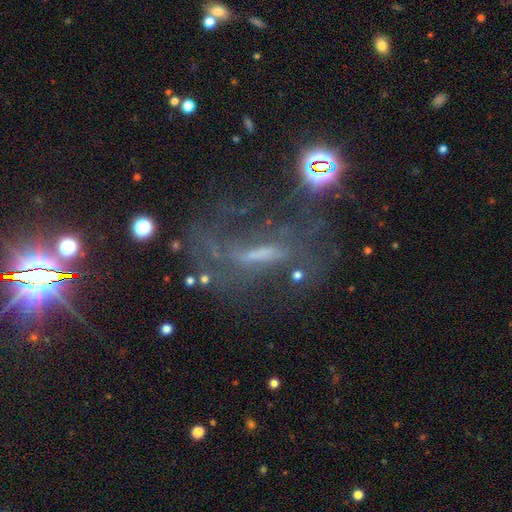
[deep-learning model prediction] Q: Smooth or featured?
A: featured or disk (57%); runner-up: star or artifact (27%)
Q: Edge-on disk?
A: no (73%); runner-up: yes (27%)
Q: Merging?
A: none (48%); runner-up: major disturbance (28%)